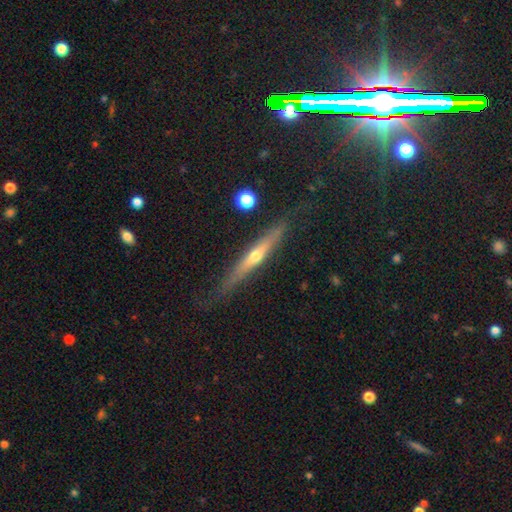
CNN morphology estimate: The model was most divided on "smooth or featured": featured or disk: 66%, smooth: 27%, star or artifact: 6%. More confident: edge-on disk — yes (94%); merging — none (80%); edge-on bulge — rounded (76%).